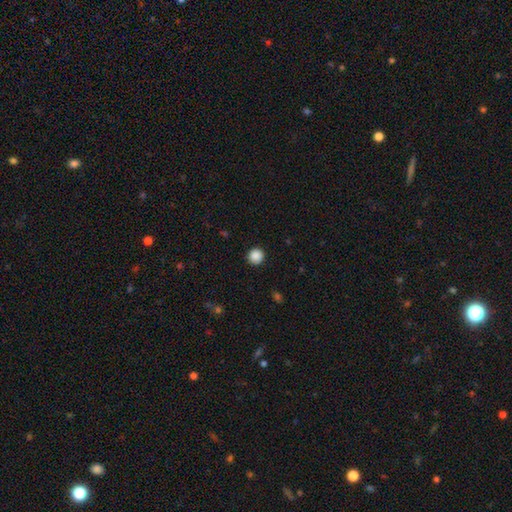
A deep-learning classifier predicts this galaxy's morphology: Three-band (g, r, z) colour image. It shows a smooth galaxy with no disk features (88%) that is round (95%). Merging: none (92%).